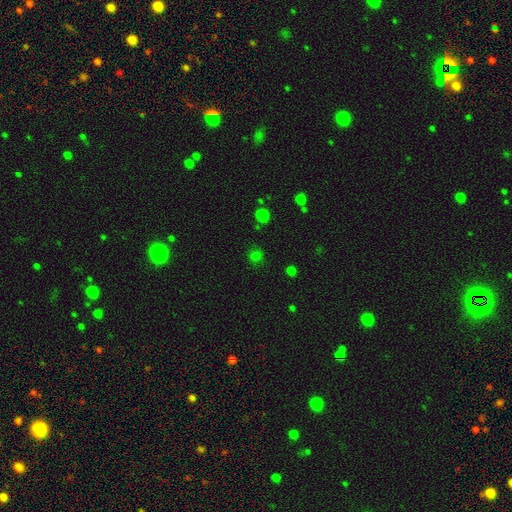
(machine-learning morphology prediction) smooth 69%, star or artifact 26%, featured or disk 5%. Down the decision tree: how rounded — round (85%); merging — none (83%).